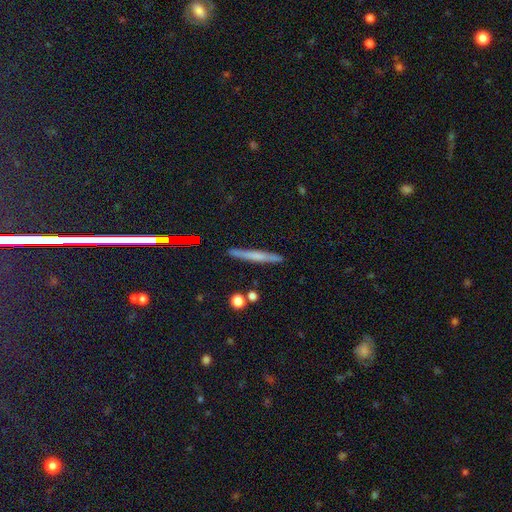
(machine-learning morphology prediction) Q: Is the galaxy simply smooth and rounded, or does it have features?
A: smooth — 50%.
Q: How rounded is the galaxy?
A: cigar-shaped — 94%.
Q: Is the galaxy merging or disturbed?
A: none — 89%.